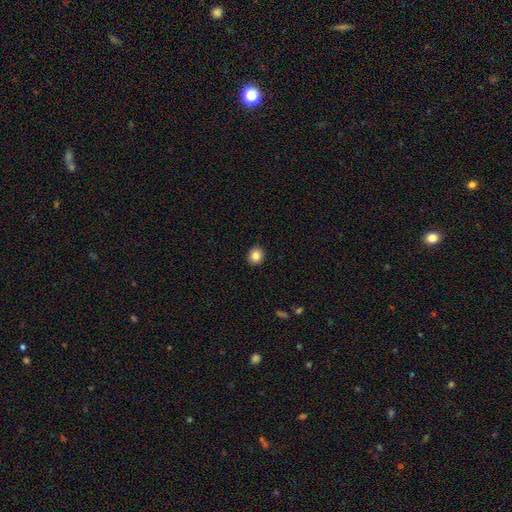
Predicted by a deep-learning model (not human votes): smooth 84%, star or artifact 10%, featured or disk 6%. Down the decision tree: how rounded — round (81%); merging — none (91%).